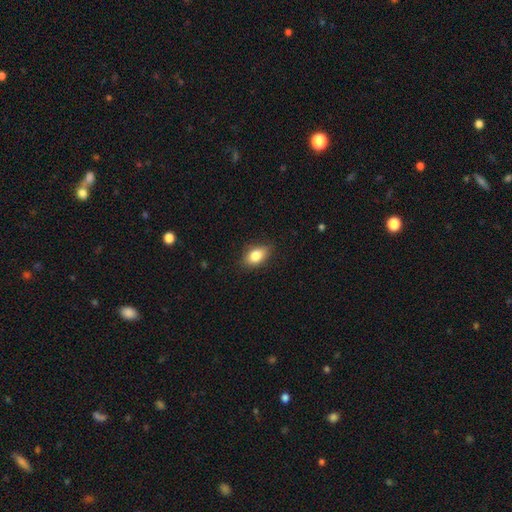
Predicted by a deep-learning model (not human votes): Overall: smooth (81%). How rounded: in between (83%). Merging: none (79%).